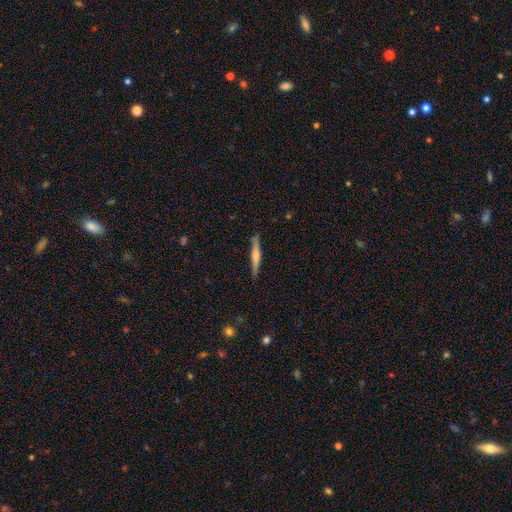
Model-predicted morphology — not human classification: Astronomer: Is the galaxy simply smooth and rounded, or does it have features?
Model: featured or disk — 52% (runner-up: smooth, 42%).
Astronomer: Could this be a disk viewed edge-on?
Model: yes — 97%.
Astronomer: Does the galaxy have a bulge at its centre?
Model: rounded — 73%.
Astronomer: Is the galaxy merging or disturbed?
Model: none — 88%.